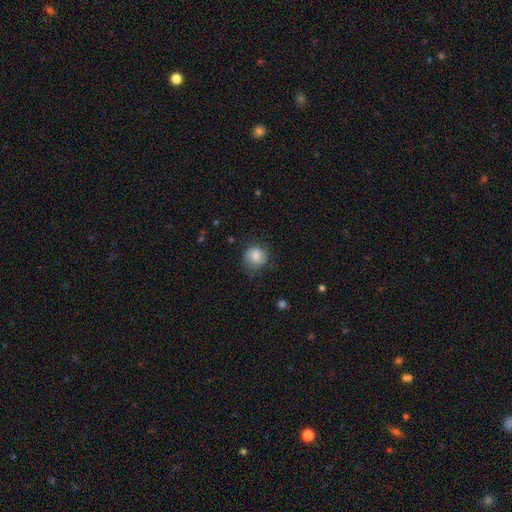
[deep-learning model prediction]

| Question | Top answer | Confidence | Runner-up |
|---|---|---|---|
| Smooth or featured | smooth | 79% | featured or disk (13%) |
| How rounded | round | 82% | in between (18%) |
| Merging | none | 69% | minor disturbance (22%) |